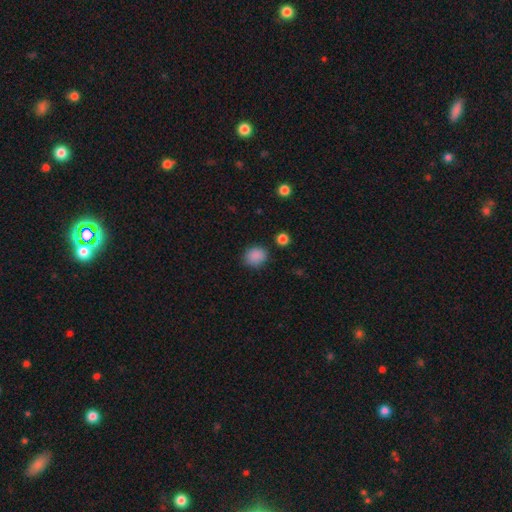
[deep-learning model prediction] Smooth or featured: smooth — 87% (star or artifact — 10%)
How rounded: round — 71% (in between — 28%)
Merging: none — 81% (minor disturbance — 13%)